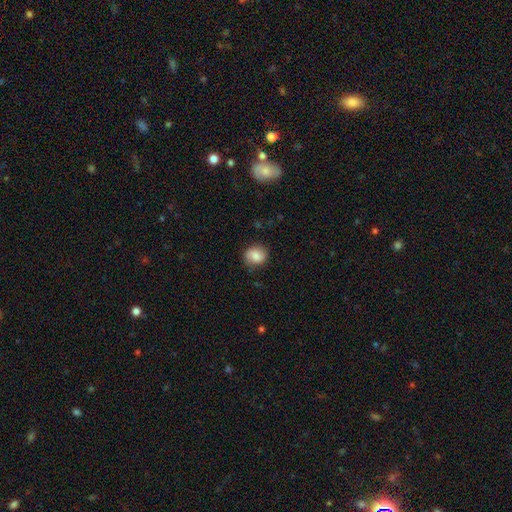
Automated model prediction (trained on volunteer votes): Smooth or featured: smooth — 76% (featured or disk — 15%)
How rounded: round — 75% (in between — 24%)
Merging: none — 78% (minor disturbance — 17%)